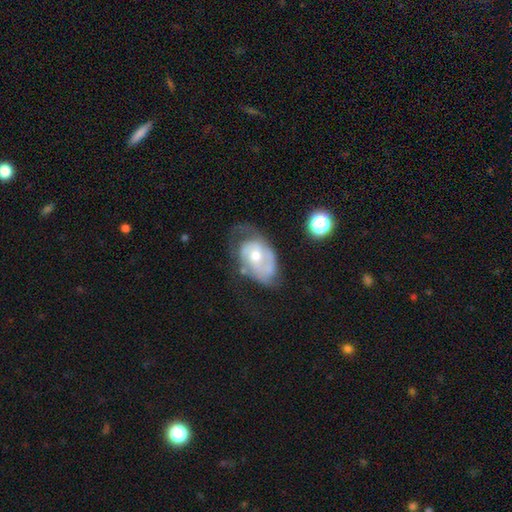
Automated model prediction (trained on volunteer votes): smooth-or-featured: featured or disk: 68% | smooth: 25% | star or artifact: 7%
  disk-edge-on: no: 95% | yes: 5%
    bar: no: 73% | weak: 23% | strong: 4%
    has-spiral-arms: yes: 74% | no: 26%
    bulge-size: moderate: 57% | small: 37% | large: 4% | none: 1% | dominant: 1%
  merging: none: 38% | major disturbance: 29% | minor disturbance: 28% | merger: 5%